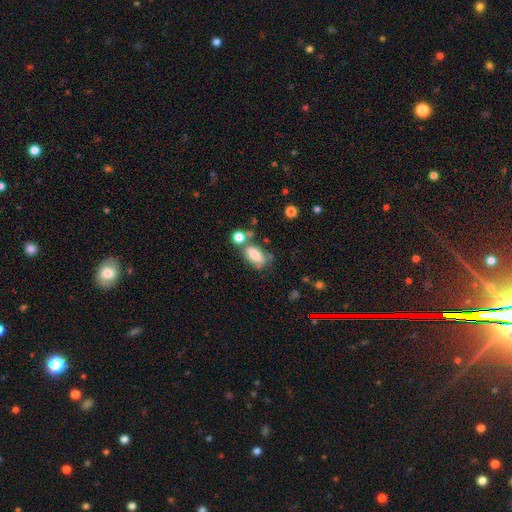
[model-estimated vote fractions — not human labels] This appears to be a smooth galaxy with no disk features (74%) that is in between round and cigar-shaped (88%). Merging: none (41%).